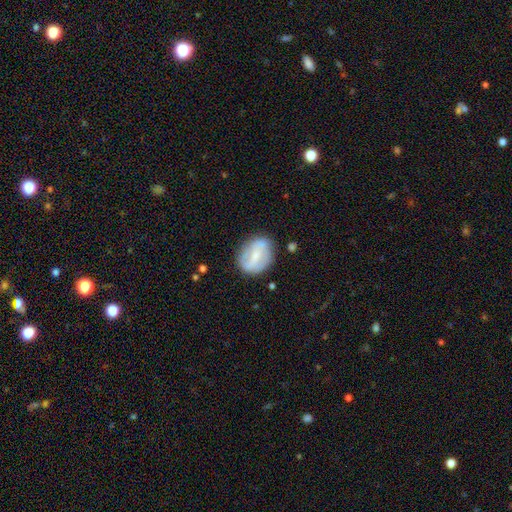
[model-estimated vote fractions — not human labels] smooth_or_featured: featured or disk (p=0.53) [alt: smooth p=0.40]
disk_edge_on: no (p=0.96) [alt: yes p=0.04]
bar: weak (p=0.42) [alt: strong p=0.34]
has_spiral_arms: yes (p=0.53) [alt: no p=0.47]
bulge_size: small (p=0.44) [alt: moderate p=0.33]
merging: none (p=0.72) [alt: minor disturbance p=0.19]